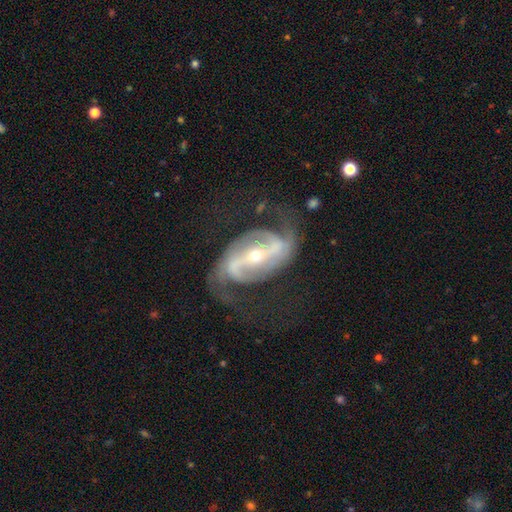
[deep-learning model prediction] Smooth or featured?
  - featured or disk: 91% *
  - star or artifact: 5%
  - smooth: 4%
Edge-on disk?
  - no: 96% *
  - yes: 4%
Bar?
  - strong: 64% *
  - weak: 23%
  - no: 12%
Spiral arms?
  - yes: 97% *
  - no: 3%
Spiral winding?
  - medium: 51% *
  - loose: 31%
  - tight: 19%
Spiral arm count?
  - 2: 90% *
  - can't tell: 3%
  - 3: 3%
  - 1: 2%
  - 4: 1%
  - more than 4: 1%
Bulge size?
  - small: 65% *
  - moderate: 31%
  - large: 2%
  - dominant: 1%
  - none: 1%
Merging?
  - none: 67% *
  - major disturbance: 16%
  - minor disturbance: 15%
  - merger: 2%